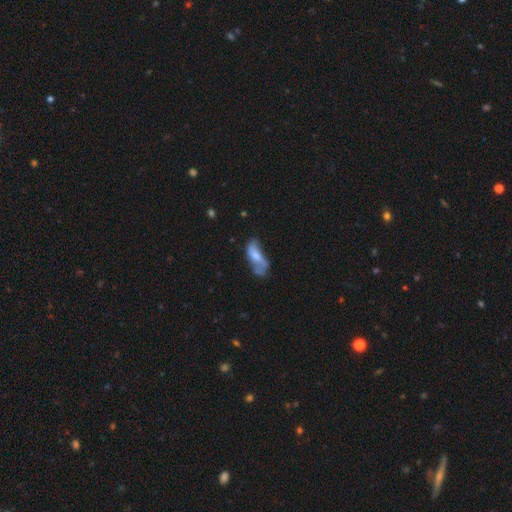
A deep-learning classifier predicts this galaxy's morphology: smooth 48%, featured or disk 43%, star or artifact 9%. Down the decision tree: merging — major disturbance (31%).